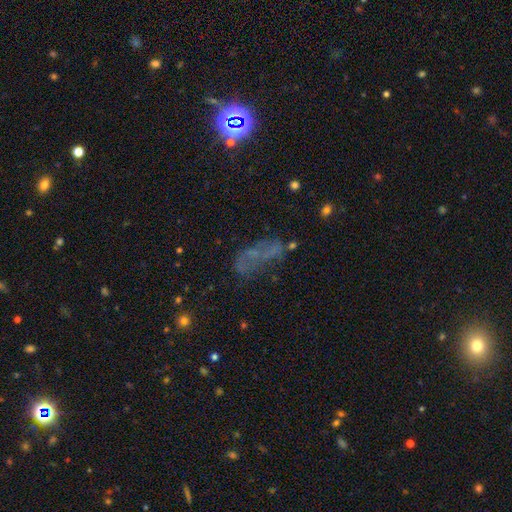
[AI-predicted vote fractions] A featured or disk galaxy (39%).

Vote fractions:
- Smooth or featured? featured or disk: 39% / star or artifact: 33% / smooth: 28%
- Merging? none: 45% / major disturbance: 27% / minor disturbance: 21% / merger: 7%